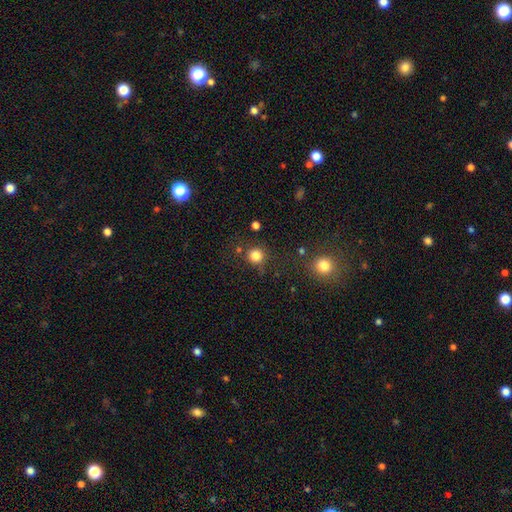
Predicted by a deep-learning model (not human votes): smooth-or-featured: smooth: 83% | star or artifact: 13% | featured or disk: 5%
  how-rounded: round: 93% | in between: 6% | cigar-shaped: 1%
  merging: none: 78% | minor disturbance: 11% | merger: 6% | major disturbance: 5%